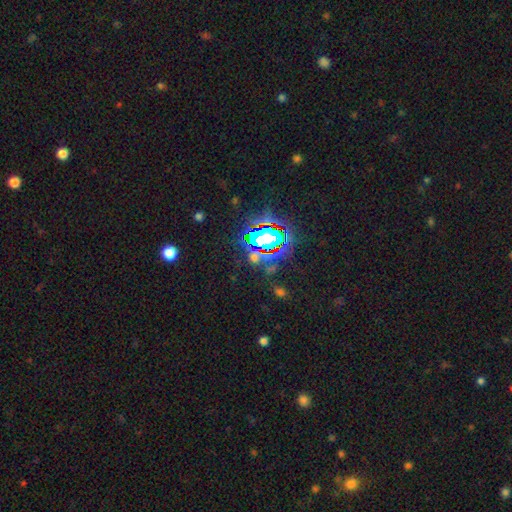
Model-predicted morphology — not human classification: This appears to be a star or artifact, not a galaxy (73%).